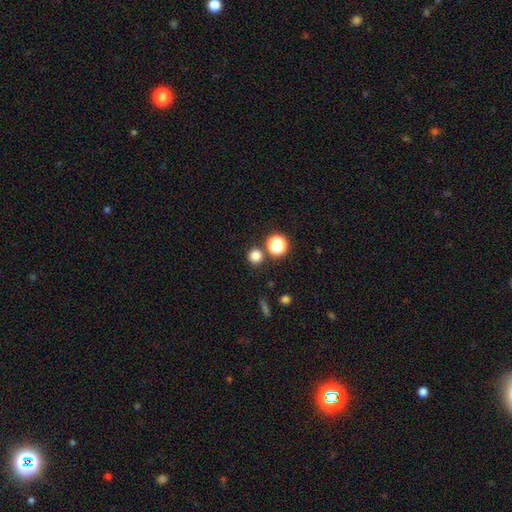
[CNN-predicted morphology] The model was most divided on "smooth or featured": smooth: 79%, star or artifact: 16%, featured or disk: 5%. More confident: how rounded — round (94%); merging — none (83%).